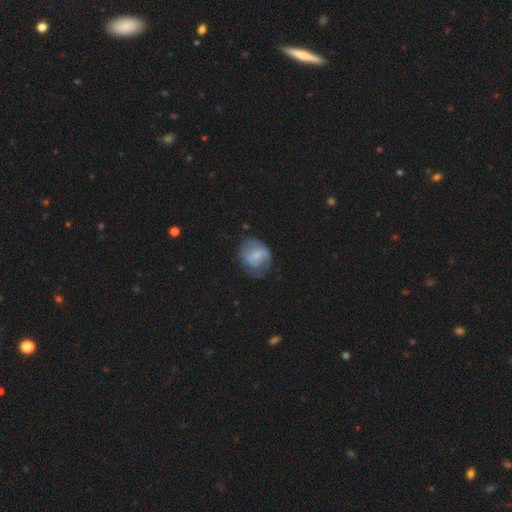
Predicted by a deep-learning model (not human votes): smooth-or-featured: smooth: 47% | featured or disk: 46% | star or artifact: 7%
  merging: none: 54% | minor disturbance: 27% | major disturbance: 18% | merger: 2%